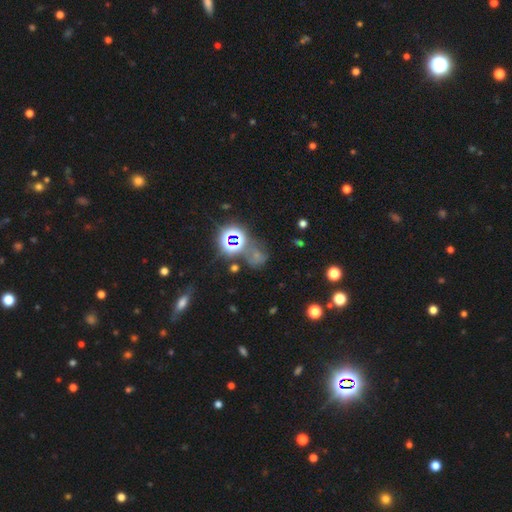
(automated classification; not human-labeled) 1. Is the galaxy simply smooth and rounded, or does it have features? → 51% star or artifact, 37% smooth, 11% featured or disk.